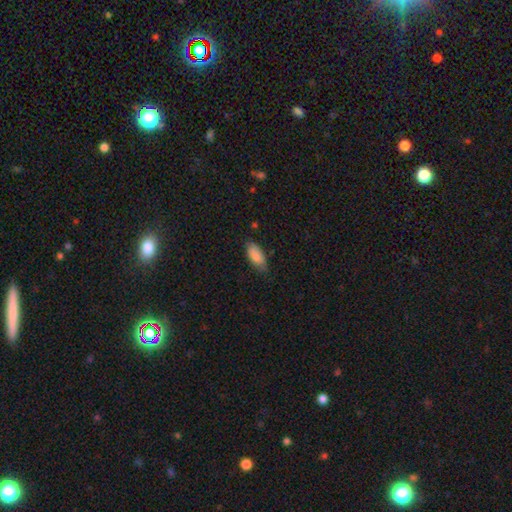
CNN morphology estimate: The model was most divided on "merging": none: 70%, minor disturbance: 25%, major disturbance: 4%, merger: 1%. More confident: how rounded — in between (88%); smooth or featured — smooth (86%).